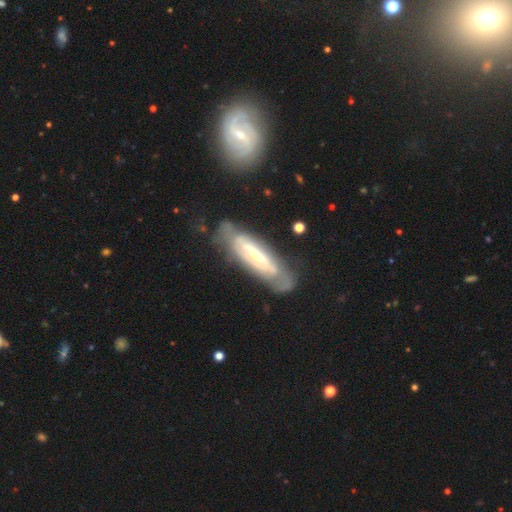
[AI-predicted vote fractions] Overall: featured or disk (70%). Edge-on disk: no (68%; yes 32%). Merging: none (56%; minor disturbance 25%).